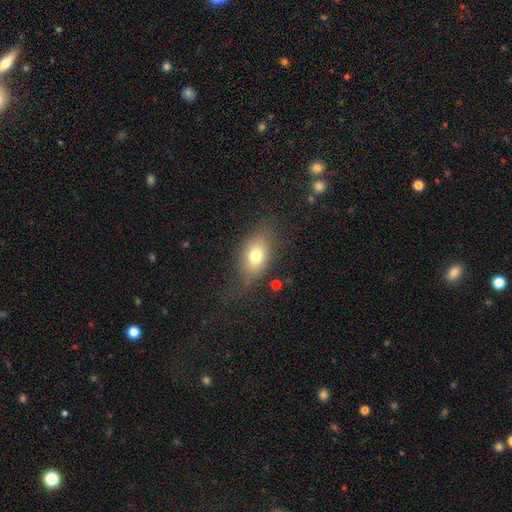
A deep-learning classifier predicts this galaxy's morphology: Smooth or featured? smooth (75%)
How rounded? in between (81%)
Merging? none (72%)